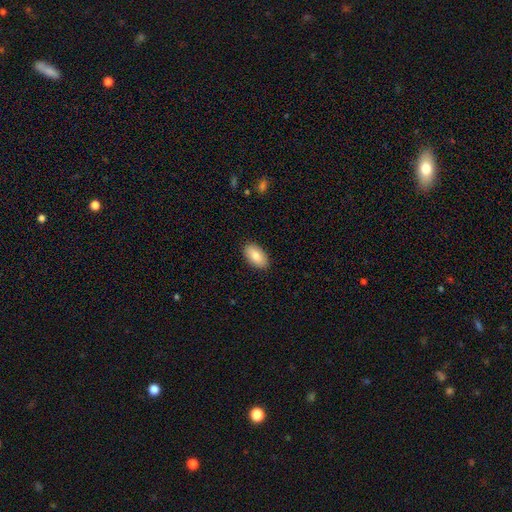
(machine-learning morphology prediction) The model was most divided on "smooth or featured": smooth: 82%, featured or disk: 12%, star or artifact: 6%. More confident: how rounded — in between (94%); merging — none (89%).